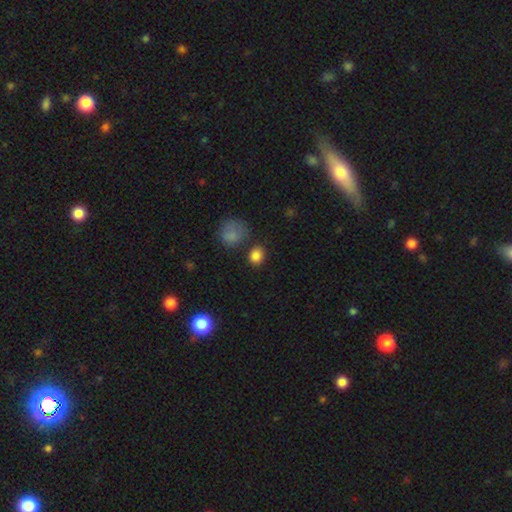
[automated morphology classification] A smooth galaxy with no disk features (85%) that is round (66%).

Vote fractions:
- Smooth or featured? smooth: 85% / star or artifact: 11% / featured or disk: 4%
- How rounded? round: 66% / in between: 33% / cigar-shaped: 1%
- Merging? none: 77% / minor disturbance: 12% / merger: 7% / major disturbance: 4%